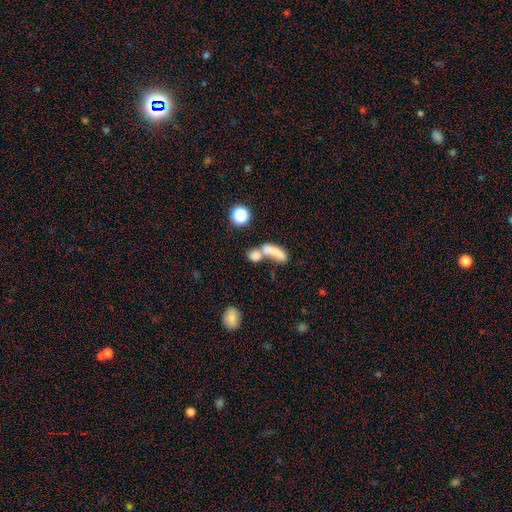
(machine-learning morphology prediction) A smooth galaxy with no disk features (70%) that is in between round and cigar-shaped (52%).

Vote fractions:
- Smooth or featured? smooth: 70% / featured or disk: 17% / star or artifact: 13%
- How rounded? in between: 52% / round: 26% / cigar-shaped: 22%
- Merging? merger: 62% / none: 22% / major disturbance: 9% / minor disturbance: 7%